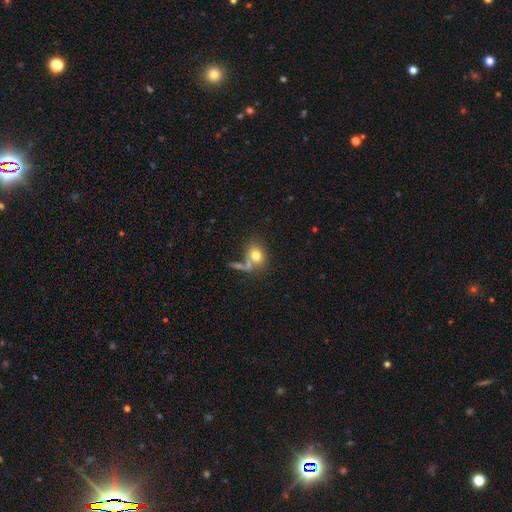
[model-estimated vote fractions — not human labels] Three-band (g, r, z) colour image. It shows a smooth galaxy with no disk features (77%) that is in between round and cigar-shaped (58%). Merging: none (48%).